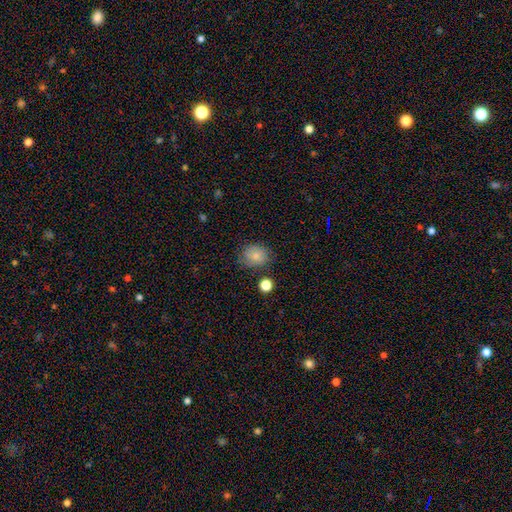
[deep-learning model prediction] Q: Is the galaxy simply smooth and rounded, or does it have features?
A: smooth — 80%.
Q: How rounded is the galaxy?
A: round — 63%.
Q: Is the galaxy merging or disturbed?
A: none — 73%.